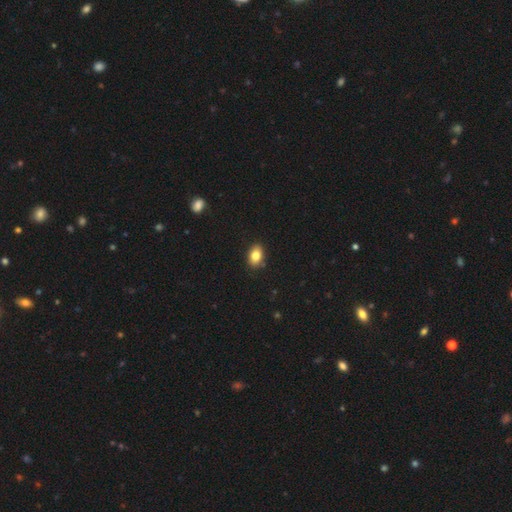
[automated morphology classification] Smooth or featured: smooth — 83% (star or artifact — 9%)
How rounded: in between — 83% (round — 15%)
Merging: none — 87% (minor disturbance — 9%)